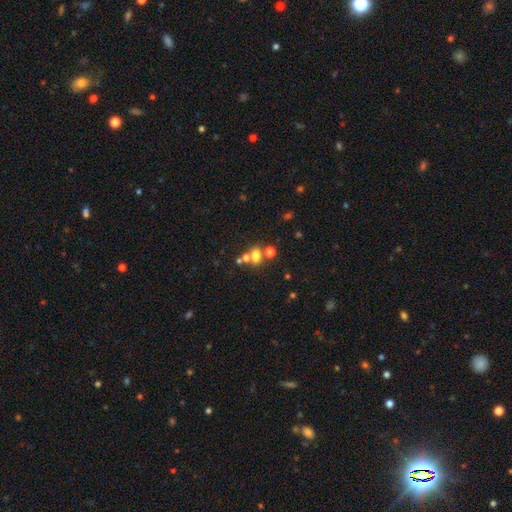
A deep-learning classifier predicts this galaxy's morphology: smooth 69%, star or artifact 18%, featured or disk 13%. Down the decision tree: how rounded — in between (59%); merging — none (48%).